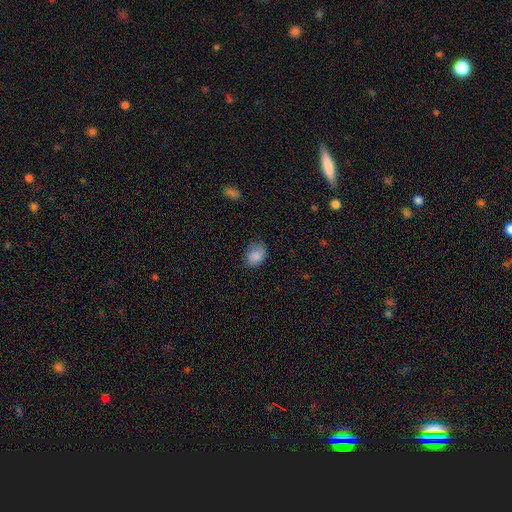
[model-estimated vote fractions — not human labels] This appears to be a smooth galaxy with no disk features (87%) that is in between round and cigar-shaped (74%). Merging: none (71%).